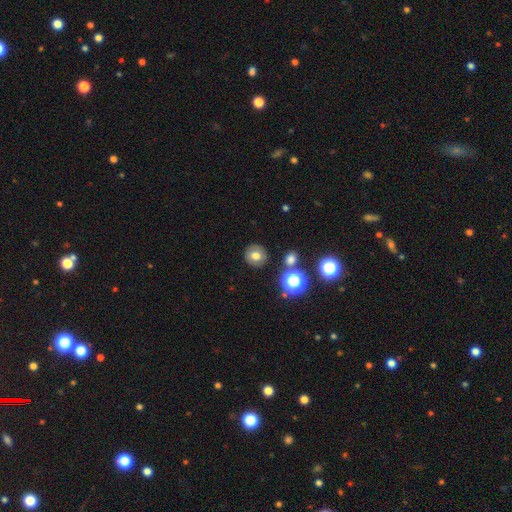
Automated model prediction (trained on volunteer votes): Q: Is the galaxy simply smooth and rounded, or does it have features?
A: smooth — 69%.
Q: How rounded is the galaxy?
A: round — 89%.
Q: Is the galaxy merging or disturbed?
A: none — 87%.